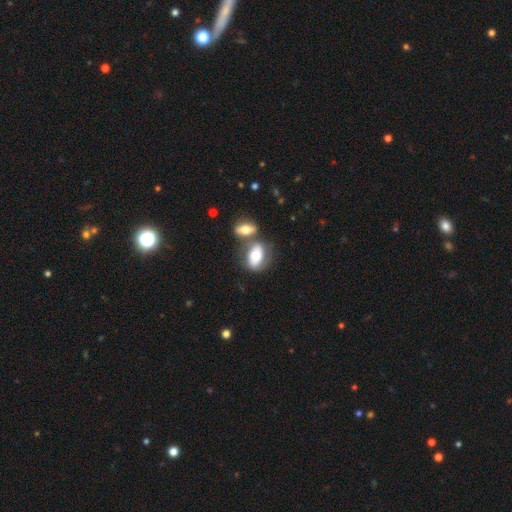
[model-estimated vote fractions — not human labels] This appears to be a smooth galaxy with no disk features (58%) that is in between round and cigar-shaped (85%). Merging: merger (41%).